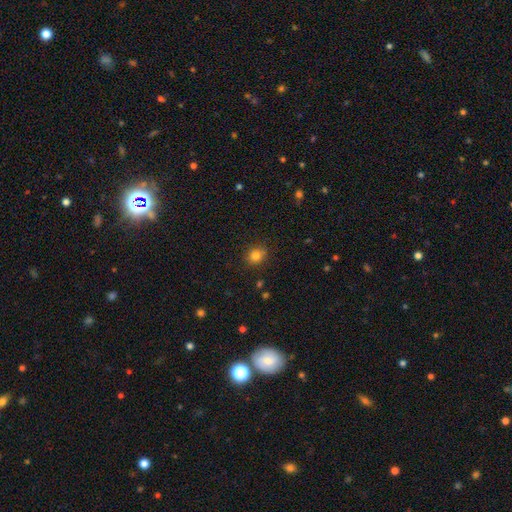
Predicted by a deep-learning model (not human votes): The model was most divided on "how rounded": round: 65%, in between: 34%, cigar-shaped: 1%. More confident: merging — none (86%); smooth or featured — smooth (81%).